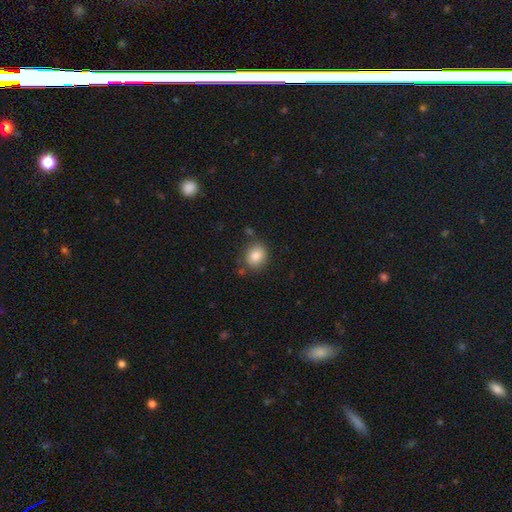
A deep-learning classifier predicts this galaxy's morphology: type=smooth (85%); roundness=round (61%); merging=none (77%).